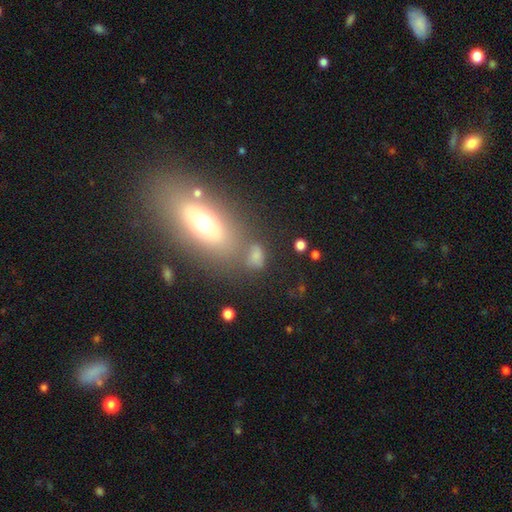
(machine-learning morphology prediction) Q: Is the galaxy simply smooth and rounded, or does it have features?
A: smooth — 64%.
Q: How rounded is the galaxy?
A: in between — 69%.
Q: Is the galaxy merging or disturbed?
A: none — 54%.